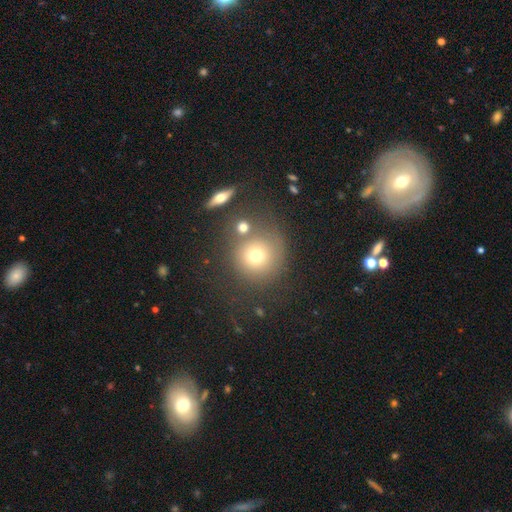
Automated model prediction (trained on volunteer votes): smooth_or_featured: smooth (p=0.69) [alt: featured or disk p=0.18]
how_rounded: round (p=0.92) [alt: in between p=0.07]
merging: none (p=0.65) [alt: merger p=0.14]